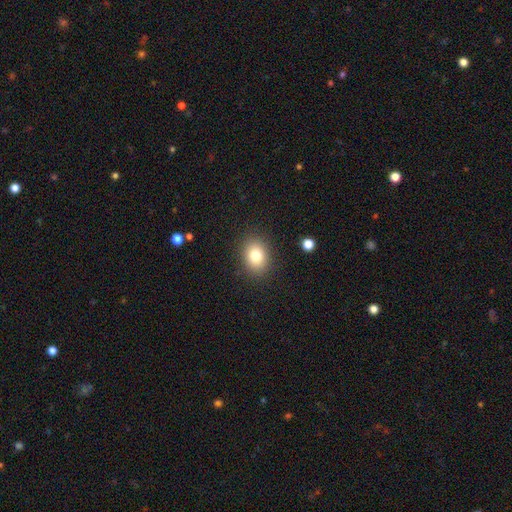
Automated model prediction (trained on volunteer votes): Smooth or featured: smooth — 80% (star or artifact — 11%)
How rounded: in between — 57% (round — 42%)
Merging: none — 88% (minor disturbance — 8%)